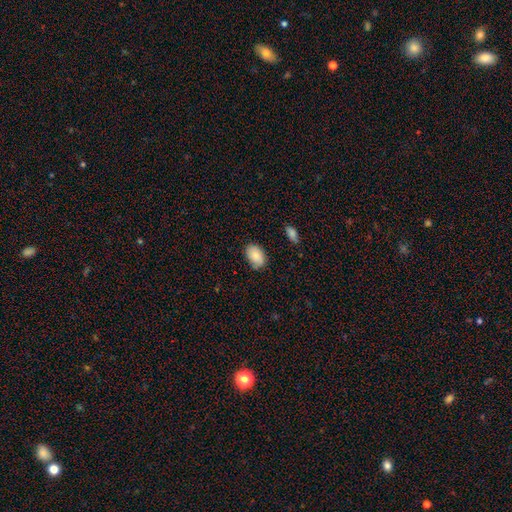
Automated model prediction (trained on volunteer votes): smooth-or-featured: smooth: 87% | star or artifact: 7% | featured or disk: 6%
  how-rounded: in between: 88% | round: 10% | cigar-shaped: 1%
  merging: none: 76% | minor disturbance: 19% | major disturbance: 3% | merger: 2%